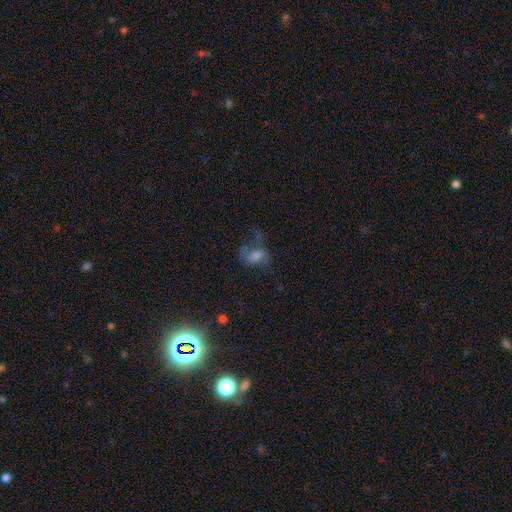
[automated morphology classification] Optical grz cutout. It shows a smooth galaxy with no disk features (46%). Merging: major disturbance (42%).